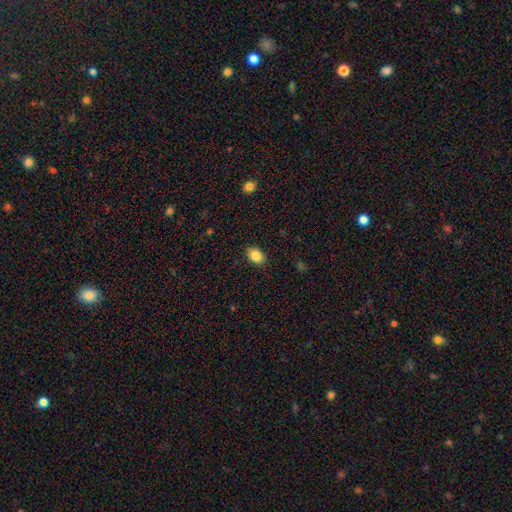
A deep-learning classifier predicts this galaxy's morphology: A smooth galaxy with no disk features (86%) that is in between round and cigar-shaped (80%).

Vote fractions:
- Smooth or featured? smooth: 86% / star or artifact: 8% / featured or disk: 6%
- How rounded? in between: 80% / round: 19% / cigar-shaped: 1%
- Merging? none: 88% / minor disturbance: 9% / major disturbance: 2% / merger: 1%